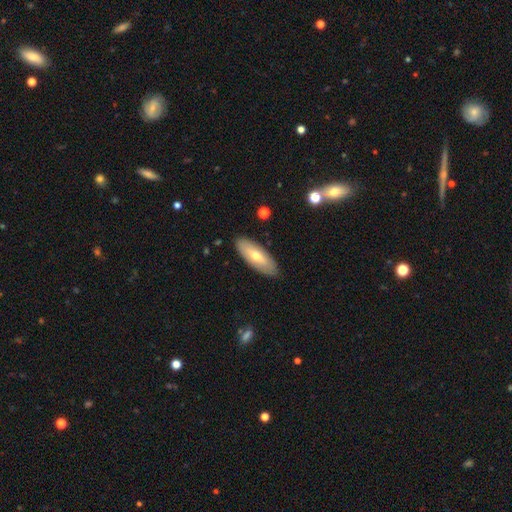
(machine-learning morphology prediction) type=smooth (59%); roundness=in between (73%); merging=none (87%).